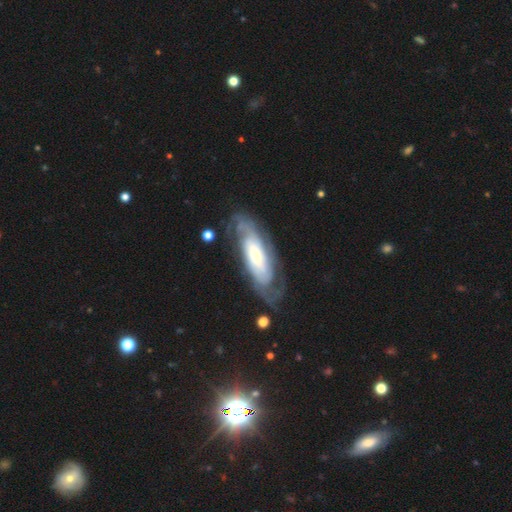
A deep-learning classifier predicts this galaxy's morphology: smooth_or_featured: featured or disk (p=0.78) [alt: smooth p=0.17]
disk_edge_on: no (p=0.88) [alt: yes p=0.12]
bar: no (p=0.68) [alt: weak p=0.20]
has_spiral_arms: yes (p=0.86) [alt: no p=0.14]
spiral_winding: tight (p=0.63) [alt: medium p=0.26]
spiral_arm_count: can't tell (p=0.44) [alt: 2 p=0.36]
bulge_size: small (p=0.51) [alt: moderate p=0.40]
merging: none (p=0.68) [alt: minor disturbance p=0.18]